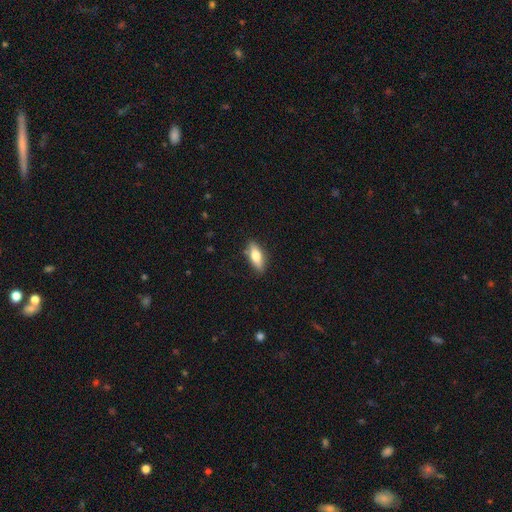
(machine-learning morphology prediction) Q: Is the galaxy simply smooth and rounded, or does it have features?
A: smooth — 66%.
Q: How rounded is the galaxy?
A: in between — 66%.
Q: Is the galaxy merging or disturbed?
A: none — 83%.